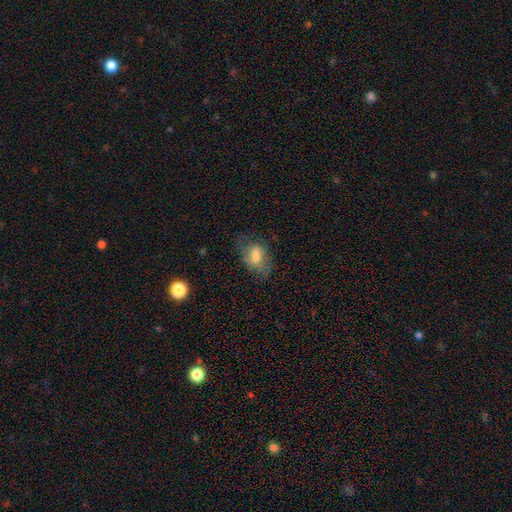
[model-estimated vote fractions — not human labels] Smooth or featured? smooth (53%)
How rounded? in between (81%)
Merging? none (57%)